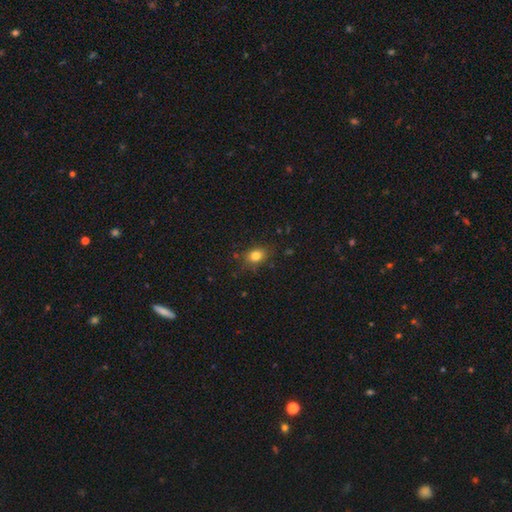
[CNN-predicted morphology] Smooth or featured: smooth — 81% (star or artifact — 11%)
How rounded: in between — 64% (round — 34%)
Merging: none — 78% (minor disturbance — 16%)